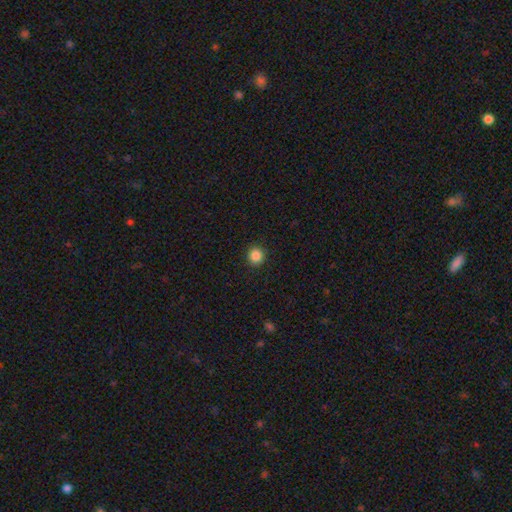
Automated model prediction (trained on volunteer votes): Q: Smooth or featured?
A: smooth (86%); runner-up: star or artifact (10%)
Q: How rounded?
A: round (93%); runner-up: in between (6%)
Q: Merging?
A: none (92%); runner-up: minor disturbance (5%)